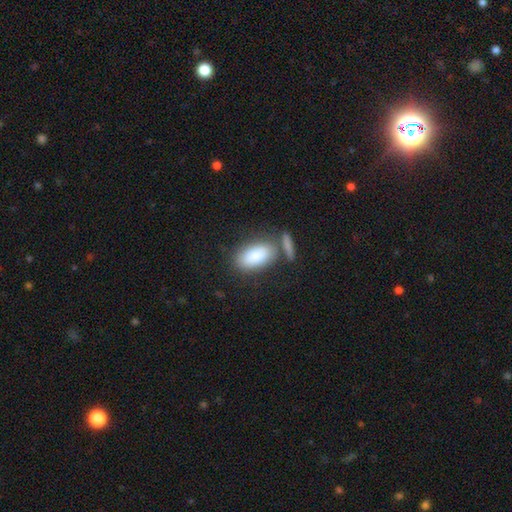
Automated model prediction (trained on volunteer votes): Q: Smooth or featured?
A: smooth (86%); runner-up: featured or disk (8%)
Q: How rounded?
A: in between (91%); runner-up: cigar-shaped (5%)
Q: Merging?
A: none (63%); runner-up: merger (18%)